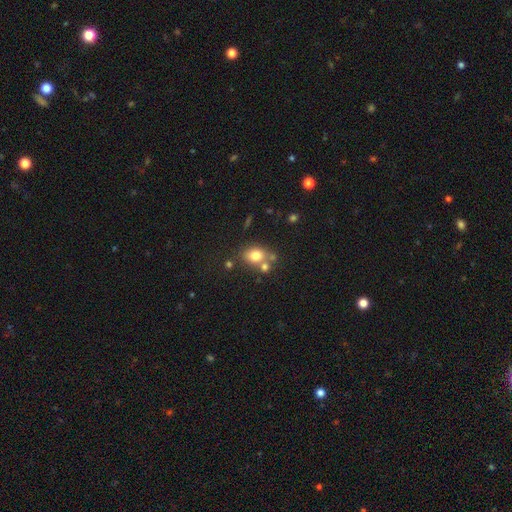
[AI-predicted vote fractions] smooth 75%, featured or disk 13%, star or artifact 12%. Down the decision tree: how rounded — in between (54%); merging — none (56%).